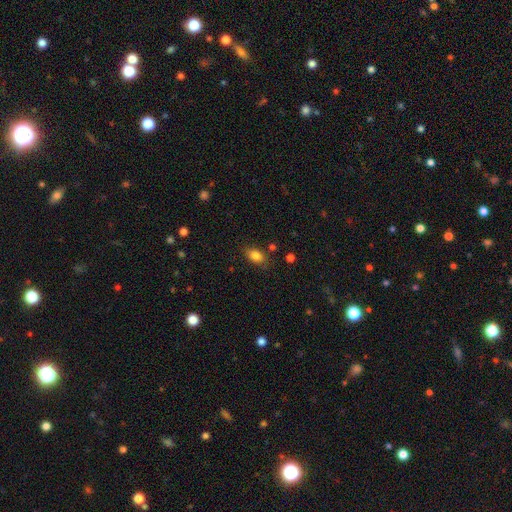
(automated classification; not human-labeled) smooth_or_featured: smooth (p=0.84) [alt: star or artifact p=0.09]
how_rounded: in between (p=0.86) [alt: round p=0.11]
merging: none (p=0.78) [alt: minor disturbance p=0.15]